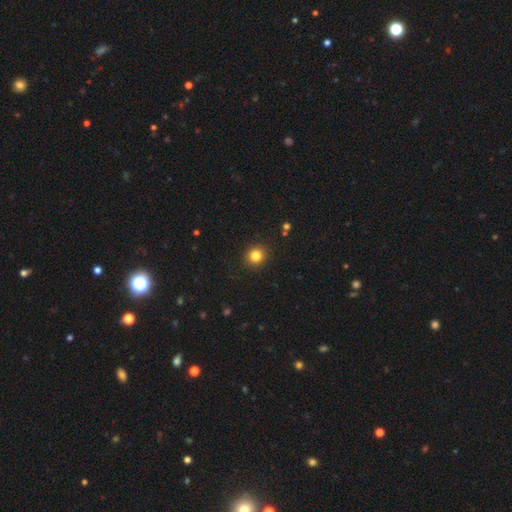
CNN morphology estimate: type=smooth (83%); roundness=round (91%); merging=none (92%).